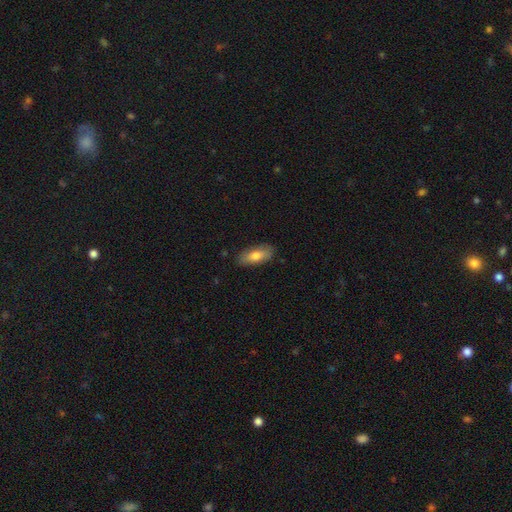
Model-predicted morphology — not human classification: A smooth galaxy with no disk features (74%) that is in between round and cigar-shaped (80%). Merging: none (84%).